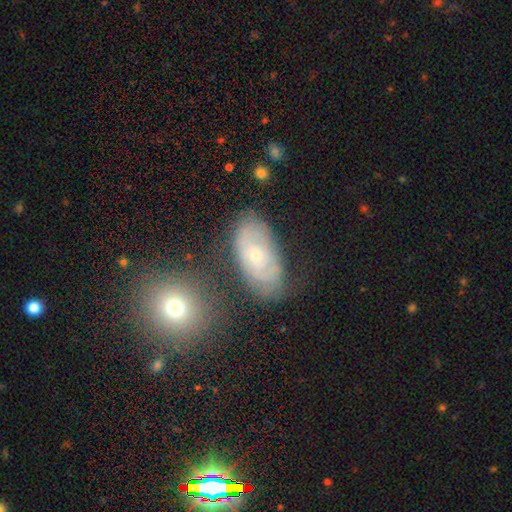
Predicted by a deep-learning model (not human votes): Smooth or featured?
  - featured or disk: 53% *
  - smooth: 38%
  - star or artifact: 8%
Edge-on disk?
  - no: 93% *
  - yes: 7%
Merging?
  - none: 64% *
  - minor disturbance: 23%
  - major disturbance: 8%
  - merger: 5%